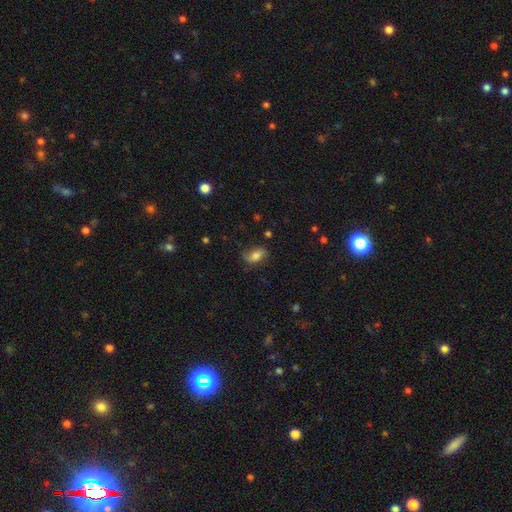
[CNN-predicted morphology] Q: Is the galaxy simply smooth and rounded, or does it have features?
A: smooth — 58%.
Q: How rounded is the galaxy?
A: in between — 86%.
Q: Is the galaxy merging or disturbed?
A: none — 64%.